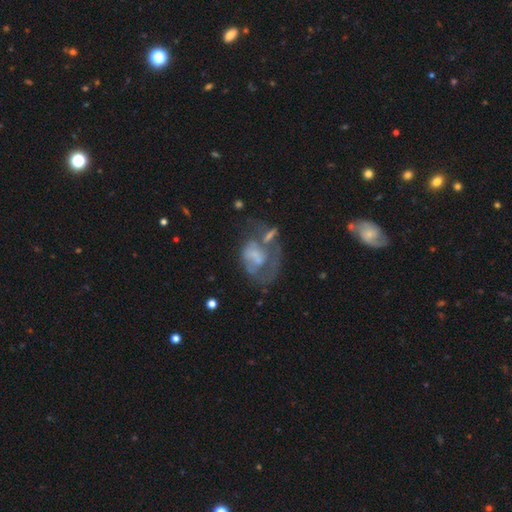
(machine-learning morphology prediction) featured or disk 59%, smooth 30%, star or artifact 11%. Down the decision tree: edge-on disk — no (97%); bar — no (77%); spiral arms — no (58%); bulge size — none (48%); merging — major disturbance (41%).